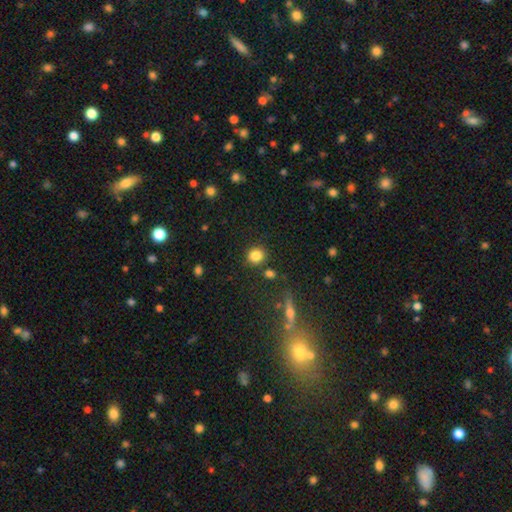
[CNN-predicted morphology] This is clearly a smooth galaxy (83%). How rounded: clearly round (84%). Merging: clearly none (83%).